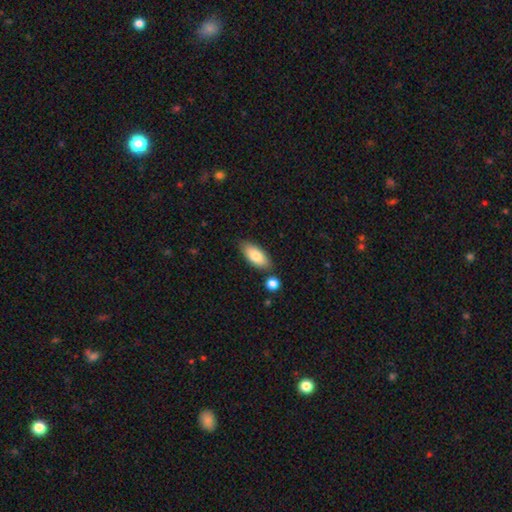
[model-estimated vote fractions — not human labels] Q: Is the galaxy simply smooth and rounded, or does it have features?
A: smooth — 82%.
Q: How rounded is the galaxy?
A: in between — 86%.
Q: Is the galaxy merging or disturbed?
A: none — 77%.